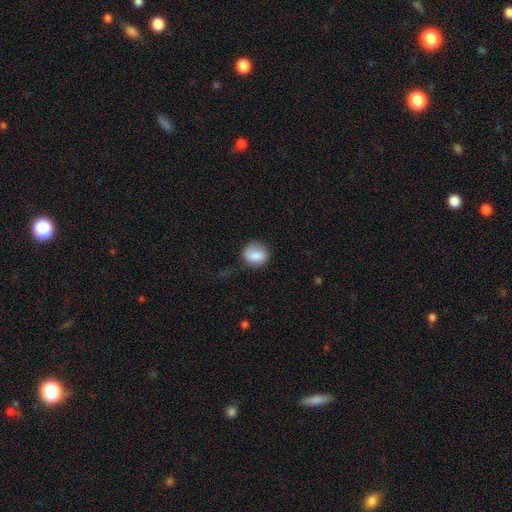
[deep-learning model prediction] This appears to be a smooth galaxy with no disk features (84%) that is round (73%). Merging: none (71%).